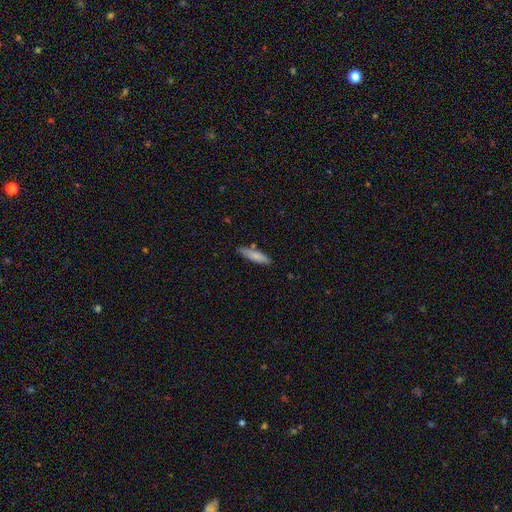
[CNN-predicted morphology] Smooth or featured? smooth (82%)
How rounded? cigar-shaped (69%)
Merging? none (78%)